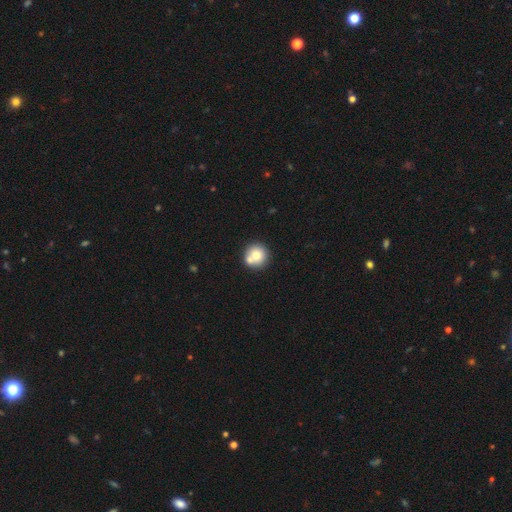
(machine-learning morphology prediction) type=smooth (72%); roundness=round (93%); merging=none (61%).